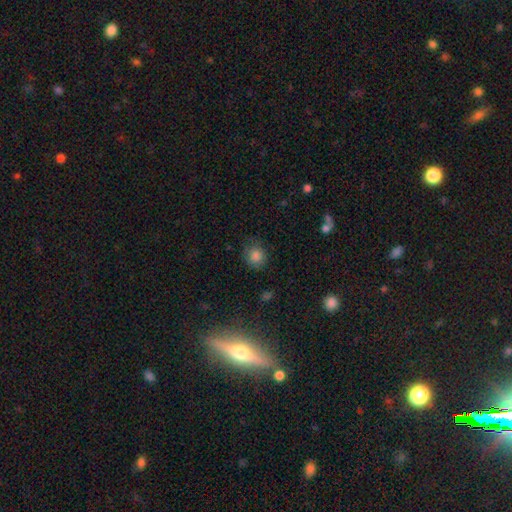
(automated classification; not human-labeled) Smooth or featured? smooth (83%)
How rounded? round (84%)
Merging? none (77%)